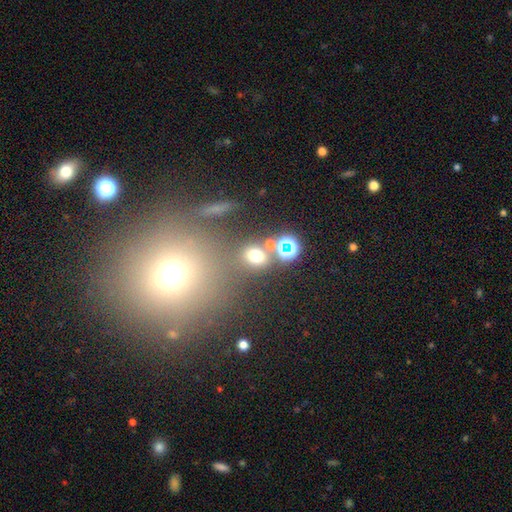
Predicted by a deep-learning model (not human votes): Smooth or featured?
  - smooth: 64% *
  - star or artifact: 25%
  - featured or disk: 10%
How rounded?
  - round: 57% *
  - in between: 40%
  - cigar-shaped: 2%
Merging?
  - none: 63% *
  - merger: 19%
  - minor disturbance: 11%
  - major disturbance: 7%